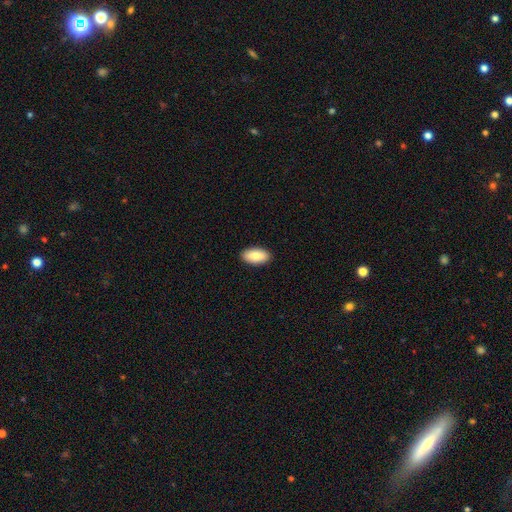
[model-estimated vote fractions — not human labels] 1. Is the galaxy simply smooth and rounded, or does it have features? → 84% smooth, 10% featured or disk, 6% star or artifact.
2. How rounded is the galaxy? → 93% in between, 4% cigar-shaped, 3% round.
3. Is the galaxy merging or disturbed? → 91% none, 7% minor disturbance, 2% major disturbance, 1% merger.